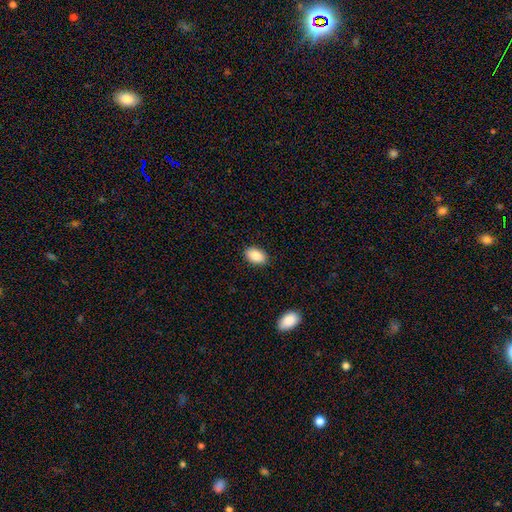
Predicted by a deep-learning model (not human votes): Smooth or featured?
  - smooth: 89% *
  - star or artifact: 7%
  - featured or disk: 4%
How rounded?
  - in between: 91% *
  - round: 8%
  - cigar-shaped: 1%
Merging?
  - none: 89% *
  - minor disturbance: 8%
  - major disturbance: 2%
  - merger: 1%